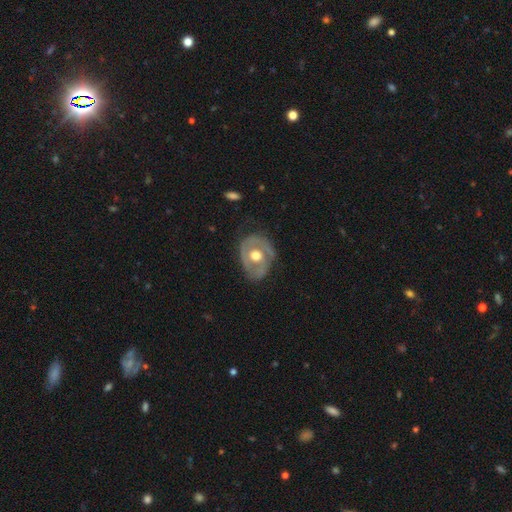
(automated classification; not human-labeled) Overall: featured or disk (67%; smooth 28%). Edge-on disk: no (95%). Bar: no (79%). Spiral arms: no (58%; yes 42%). Bulge size: moderate (68%). Merging: none (65%).